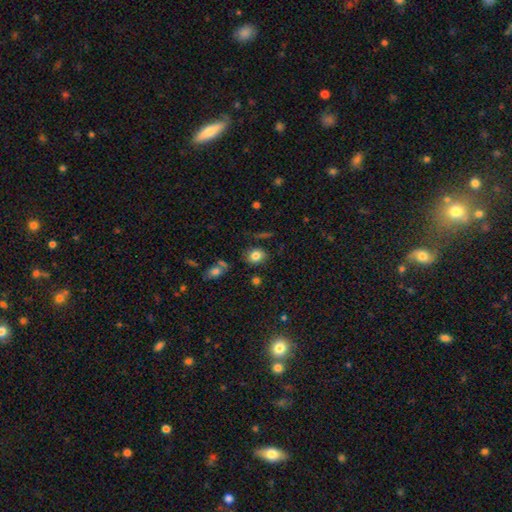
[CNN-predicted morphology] Q: Smooth or featured?
A: smooth (81%); runner-up: star or artifact (10%)
Q: How rounded?
A: round (61%); runner-up: in between (38%)
Q: Merging?
A: none (78%); runner-up: minor disturbance (14%)